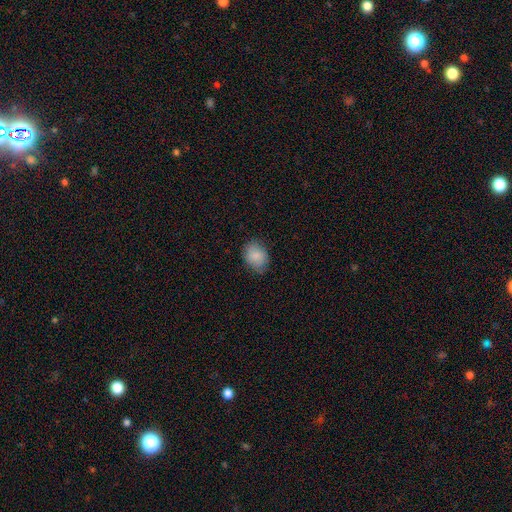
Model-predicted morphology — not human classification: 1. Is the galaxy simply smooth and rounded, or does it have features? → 86% smooth, 7% star or artifact, 7% featured or disk.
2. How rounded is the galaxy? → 55% in between, 44% round, 1% cigar-shaped.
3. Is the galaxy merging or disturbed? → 79% none, 17% minor disturbance, 4% major disturbance, 1% merger.